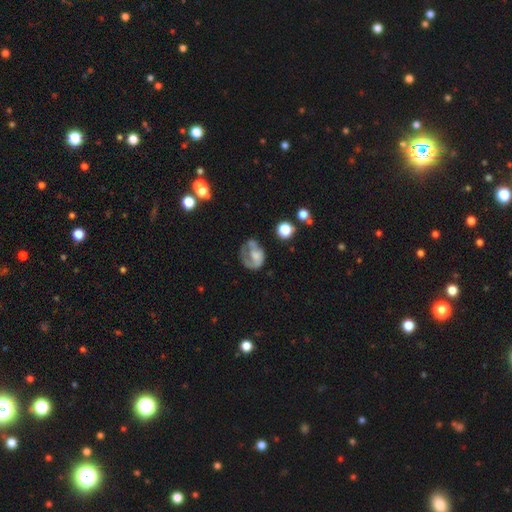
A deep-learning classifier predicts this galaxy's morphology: Smooth or featured? Predicted: featured or disk (p=0.51). Edge-on disk? Predicted: no (p=0.97). Merging? Predicted: major disturbance (p=0.38).